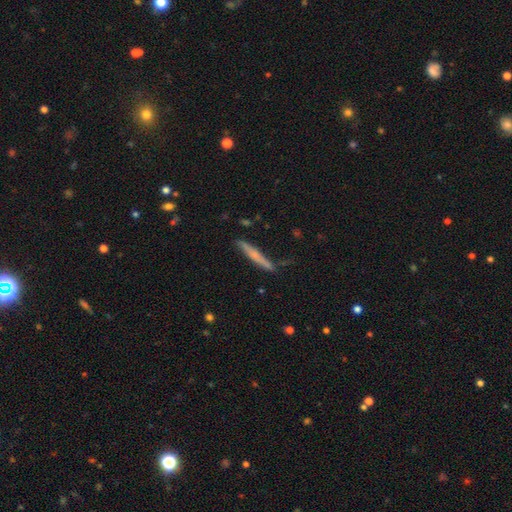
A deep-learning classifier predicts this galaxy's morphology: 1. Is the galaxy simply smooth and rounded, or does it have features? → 53% smooth, 40% featured or disk, 7% star or artifact.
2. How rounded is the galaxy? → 95% cigar-shaped, 3% in between, 2% round.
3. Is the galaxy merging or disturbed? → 77% none, 17% minor disturbance, 3% major disturbance, 3% merger.